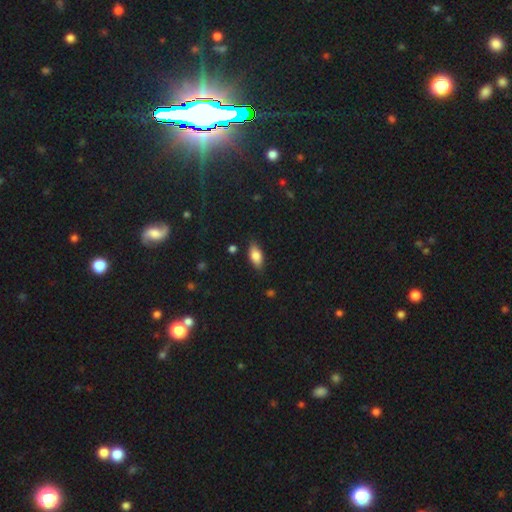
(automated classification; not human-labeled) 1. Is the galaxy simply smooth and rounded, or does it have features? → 76% smooth, 16% featured or disk, 8% star or artifact.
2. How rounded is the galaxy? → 85% in between, 11% cigar-shaped, 4% round.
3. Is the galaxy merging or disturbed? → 81% none, 14% minor disturbance, 3% major disturbance, 1% merger.